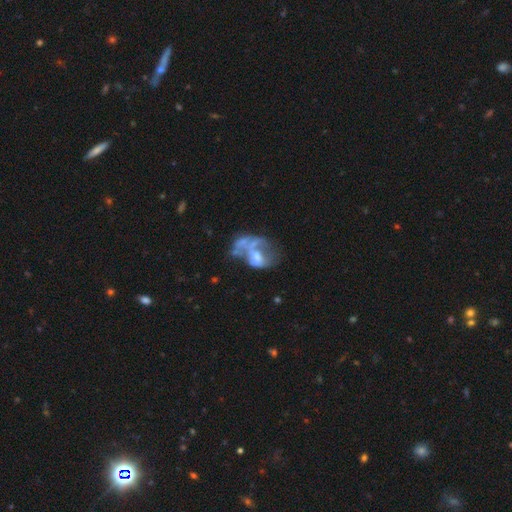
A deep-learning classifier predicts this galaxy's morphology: Q: Smooth or featured?
A: featured or disk (61%); runner-up: smooth (25%)
Q: Edge-on disk?
A: no (97%); runner-up: yes (3%)
Q: Bar?
A: no (79%); runner-up: weak (16%)
Q: Spiral arms?
A: no (74%); runner-up: yes (26%)
Q: Bulge size?
A: moderate (38%); runner-up: small (28%)
Q: Merging?
A: major disturbance (35%); runner-up: merger (32%)